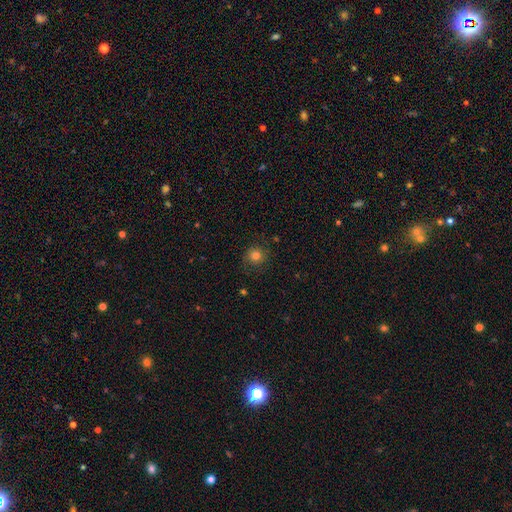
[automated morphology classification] Overall: smooth (79%). How rounded: round (91%). Merging: none (82%).